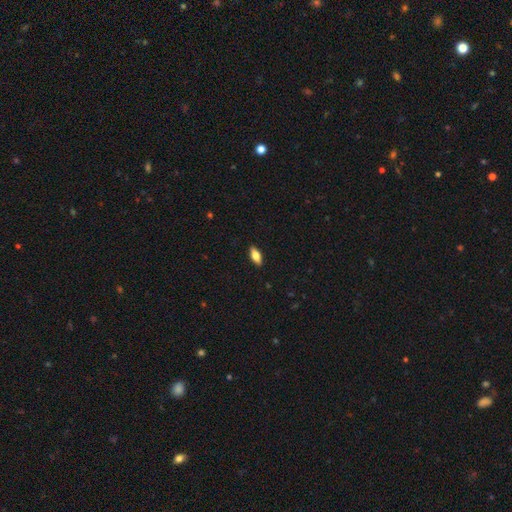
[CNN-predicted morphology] A smooth galaxy with no disk features (69%) that is in between round and cigar-shaped (78%).

Vote fractions:
- Smooth or featured? smooth: 69% / featured or disk: 25% / star or artifact: 7%
- How rounded? in between: 78% / cigar-shaped: 20% / round: 3%
- Merging? none: 90% / minor disturbance: 8% / major disturbance: 2% / merger: 1%